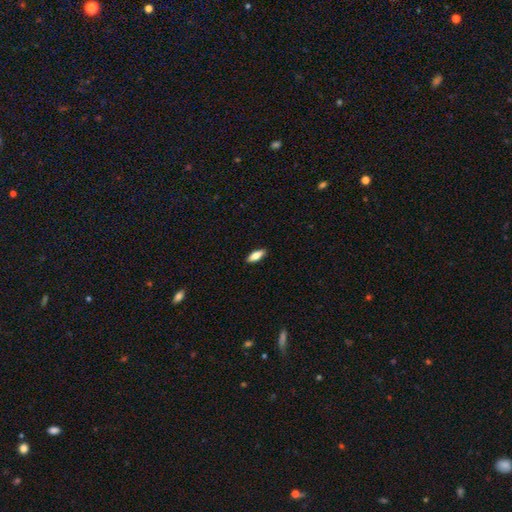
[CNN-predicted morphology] Smooth or featured? Predicted: smooth (p=0.73). How rounded? Predicted: in between (p=0.71). Merging? Predicted: none (p=0.90).